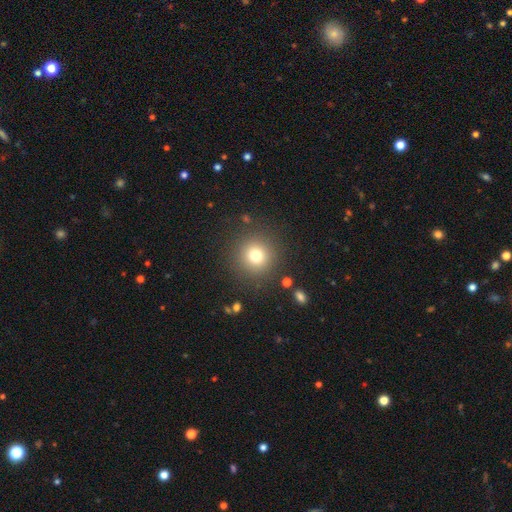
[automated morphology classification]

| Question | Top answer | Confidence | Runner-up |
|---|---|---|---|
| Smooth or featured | smooth | 76% | star or artifact (15%) |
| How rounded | round | 94% | in between (5%) |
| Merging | none | 88% | minor disturbance (6%) |